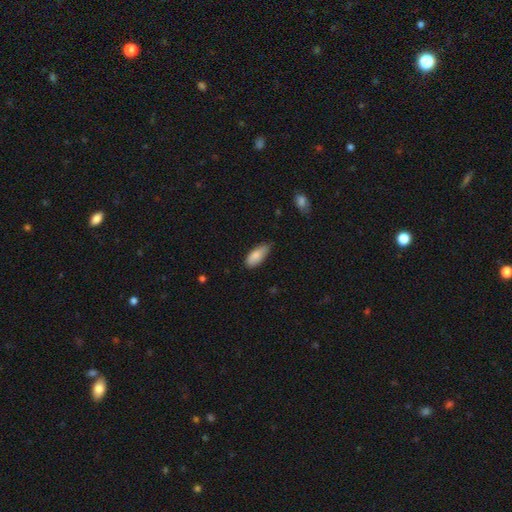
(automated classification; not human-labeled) Smooth or featured? Predicted: smooth (p=0.85). How rounded? Predicted: in between (p=0.84). Merging? Predicted: none (p=0.57).